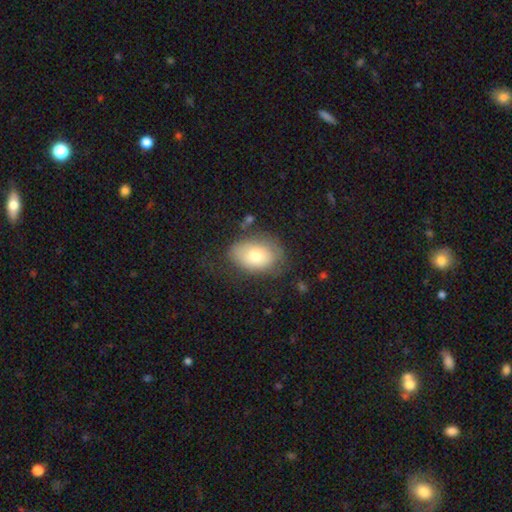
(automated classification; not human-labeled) A smooth galaxy with no disk features (75%) that is in between round and cigar-shaped (84%). Merging: none (64%).